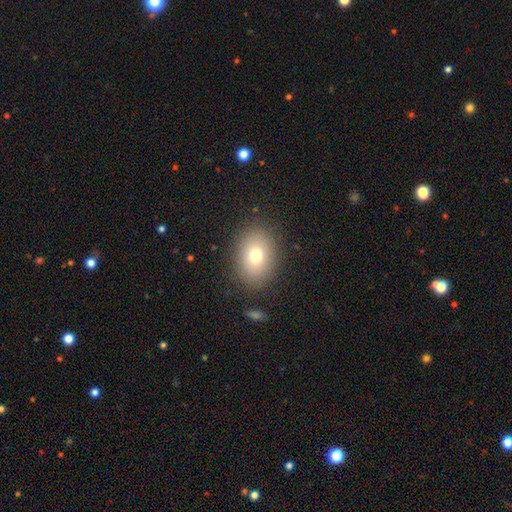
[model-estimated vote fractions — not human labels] smooth 74%, featured or disk 15%, star or artifact 11%. Down the decision tree: how rounded — in between (70%); merging — none (85%).